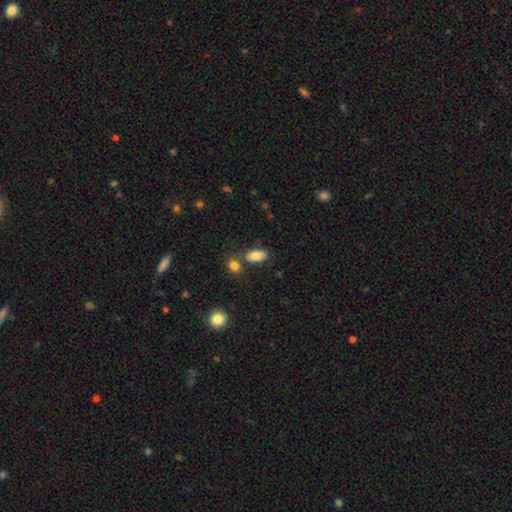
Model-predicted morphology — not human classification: A smooth galaxy with no disk features (82%) that is in between round and cigar-shaped (91%). Merging: none (70%).